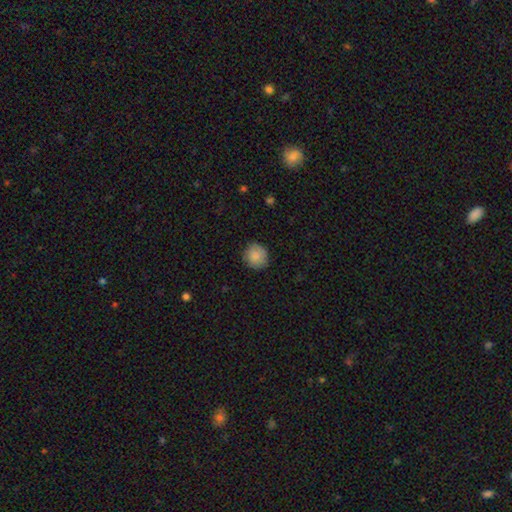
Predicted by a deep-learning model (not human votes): Smooth or featured: smooth — 88% (star or artifact — 8%)
How rounded: round — 86% (in between — 13%)
Merging: none — 85% (minor disturbance — 12%)